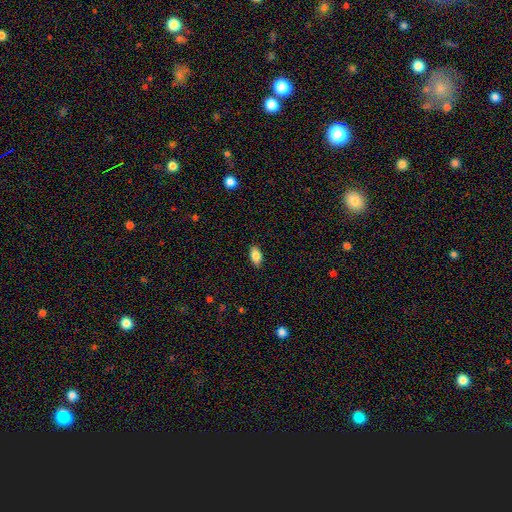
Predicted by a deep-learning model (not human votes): Smooth or featured: smooth — 85% (star or artifact — 7%)
How rounded: in between — 91% (round — 4%)
Merging: none — 87% (minor disturbance — 10%)